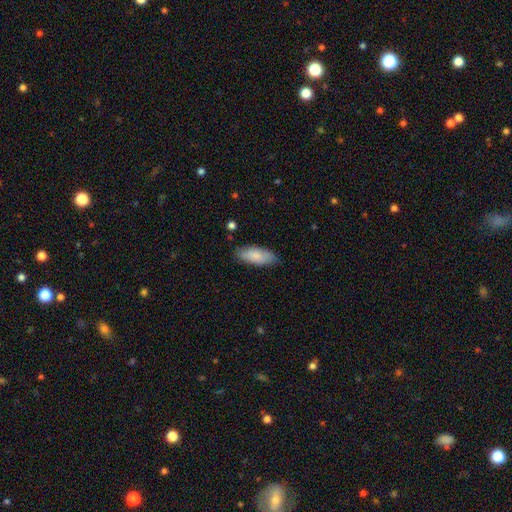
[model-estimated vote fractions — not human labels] Overall: smooth (82%). How rounded: in between (80%). Merging: none (80%).